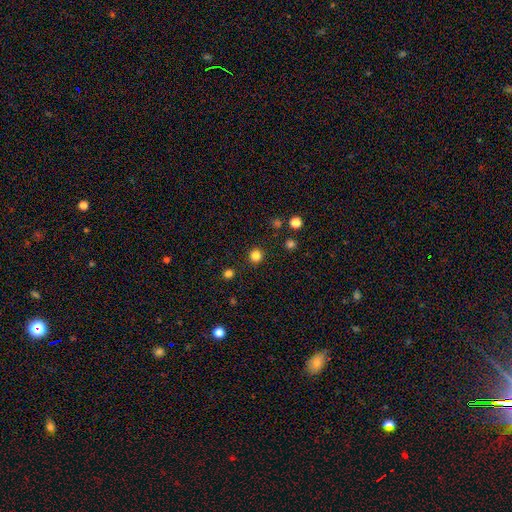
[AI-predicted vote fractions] smooth 82%, star or artifact 14%, featured or disk 4%. Down the decision tree: how rounded — round (94%); merging — none (92%).